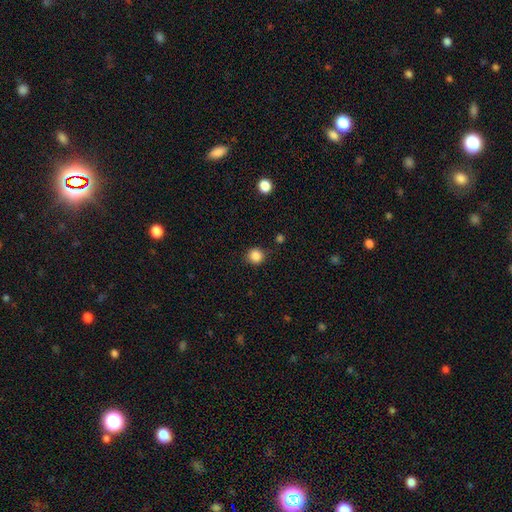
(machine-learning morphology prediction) This is clearly a smooth galaxy (86%). How rounded: clearly round (90%). Merging: clearly none (85%).